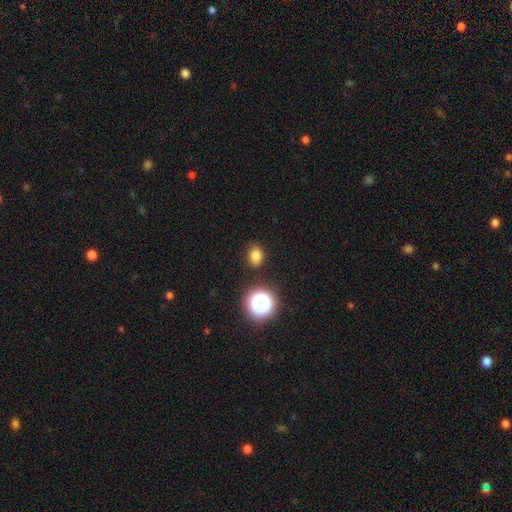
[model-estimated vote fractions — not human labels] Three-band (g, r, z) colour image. It shows a smooth galaxy with no disk features (79%) that is in between round and cigar-shaped (59%). Merging: none (87%).